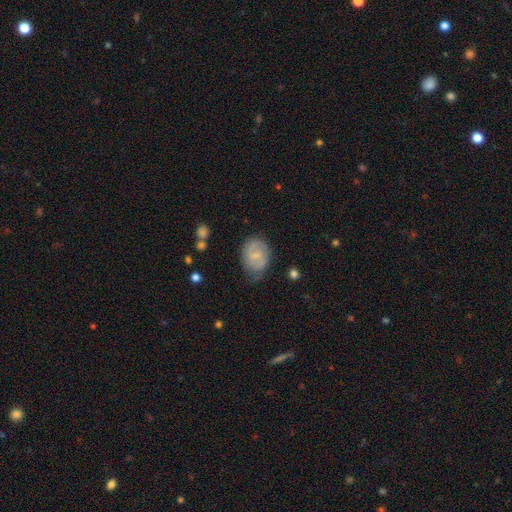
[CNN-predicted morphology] Smooth or featured: featured or disk — 50% (smooth — 42%)
Edge-on disk: no — 97% (yes — 3%)
Merging: none — 67% (minor disturbance — 24%)